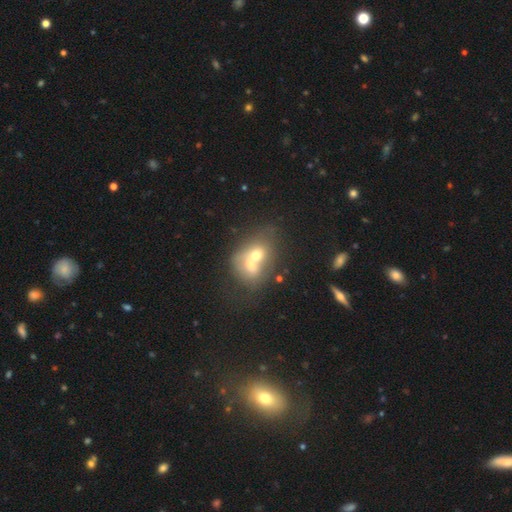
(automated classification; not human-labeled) Smooth or featured? Predicted: smooth (p=0.56). How rounded? Predicted: round (p=0.51). Merging? Predicted: merger (p=0.74).